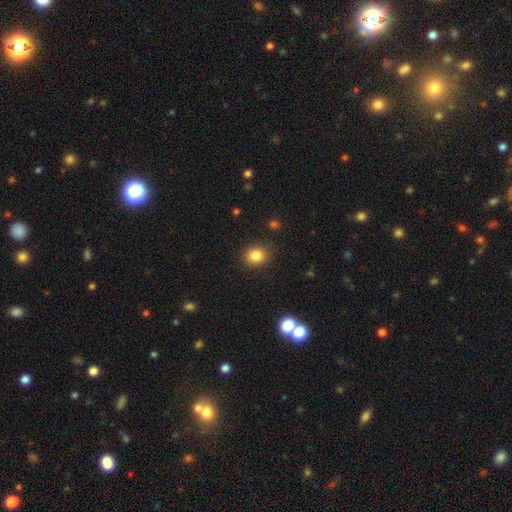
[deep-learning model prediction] The model was most divided on "how rounded": round: 64%, in between: 35%, cigar-shaped: 1%. More confident: merging — none (86%); smooth or featured — smooth (84%).